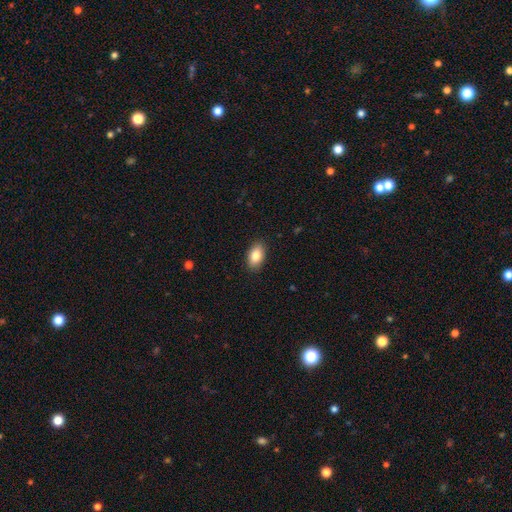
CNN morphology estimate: smooth_or_featured: smooth (p=0.84) [alt: featured or disk p=0.08]
how_rounded: in between (p=0.92) [alt: round p=0.06]
merging: none (p=0.89) [alt: minor disturbance p=0.08]